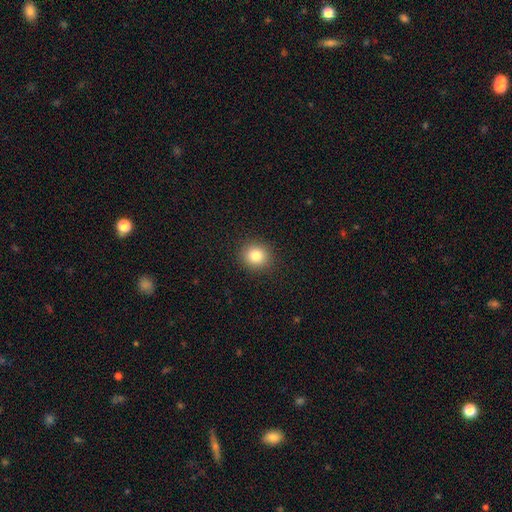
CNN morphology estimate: Q: Smooth or featured?
A: smooth (82%); runner-up: star or artifact (11%)
Q: How rounded?
A: round (85%); runner-up: in between (14%)
Q: Merging?
A: none (91%); runner-up: minor disturbance (6%)